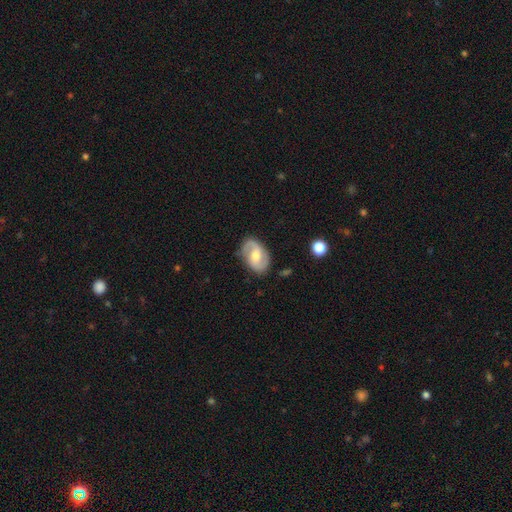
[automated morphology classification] type=featured or disk (75%); edge-on=no (97%); bar=weak (48%); spiral arms=yes (91%); winding=medium (46%); arm count=2 (86%); bulge=moderate (64%); merging=none (78%).